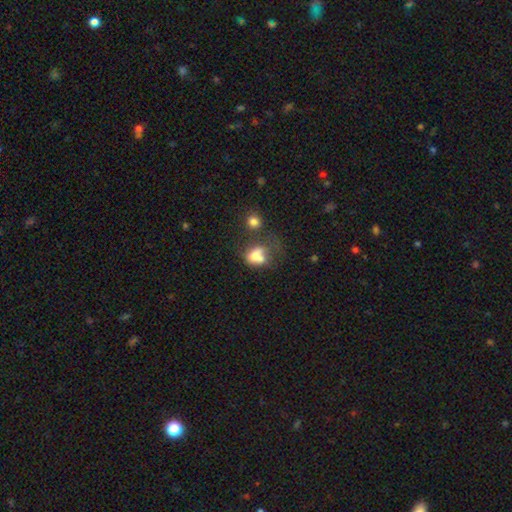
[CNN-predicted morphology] Overall: smooth (64%). How rounded: in between (62%; round 37%). Merging: merger (48%; none 19%).